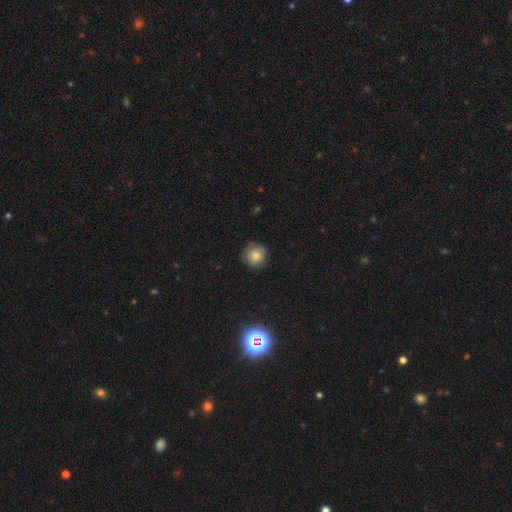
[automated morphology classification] Smooth or featured? Predicted: smooth (p=0.77). How rounded? Predicted: round (p=0.92). Merging? Predicted: none (p=0.75).